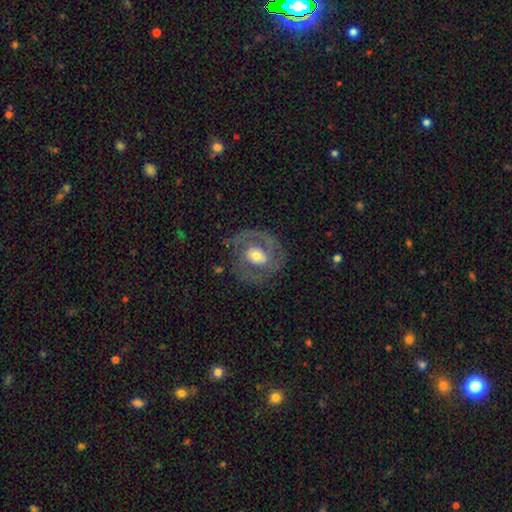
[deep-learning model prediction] Overall: featured or disk (76%). Edge-on disk: no (97%). Bar: no (52%; weak 34%). Spiral arms: yes (79%). Spiral arm count: 2 (69%). Spiral winding: medium (44%; tight 42%). Bulge size: moderate (59%; small 22%). Merging: none (71%).